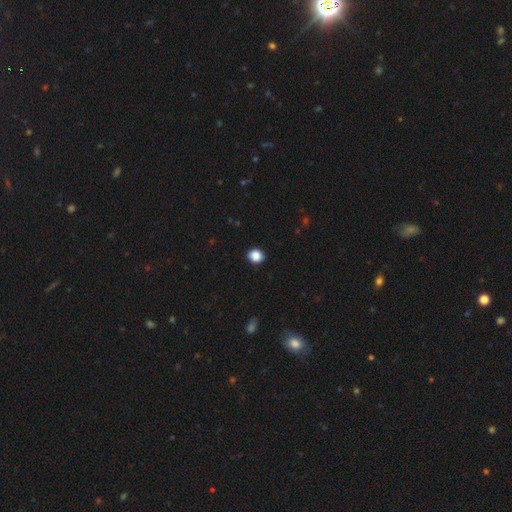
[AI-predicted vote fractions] Q: Smooth or featured?
A: smooth (87%); runner-up: star or artifact (10%)
Q: How rounded?
A: round (70%); runner-up: in between (29%)
Q: Merging?
A: none (90%); runner-up: minor disturbance (7%)